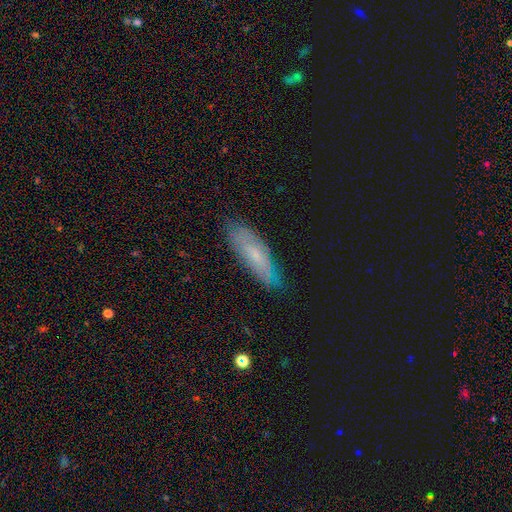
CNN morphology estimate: This is possibly a smooth galaxy (48%). Merging: clearly none (80%).